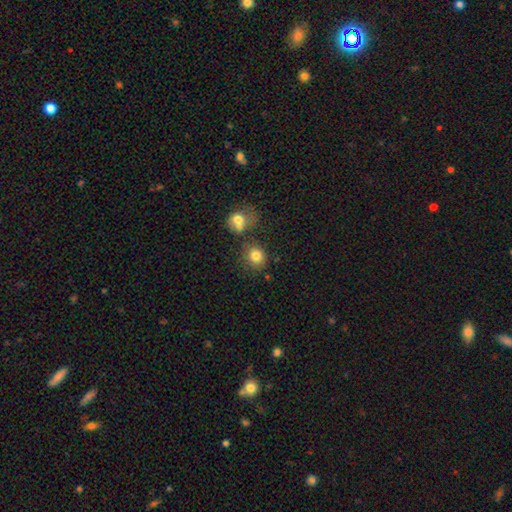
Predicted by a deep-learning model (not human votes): A smooth galaxy with no disk features (80%) that is round (79%).

Vote fractions:
- Smooth or featured? smooth: 80% / star or artifact: 11% / featured or disk: 9%
- How rounded? round: 79% / in between: 20% / cigar-shaped: 1%
- Merging? none: 67% / merger: 17% / minor disturbance: 11% / major disturbance: 4%